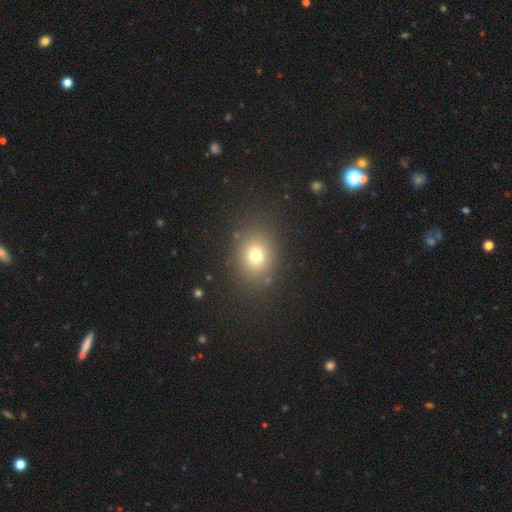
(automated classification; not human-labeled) A smooth galaxy with no disk features (73%) that is round (58%).

Vote fractions:
- Smooth or featured? smooth: 73% / star or artifact: 17% / featured or disk: 10%
- How rounded? round: 58% / in between: 41% / cigar-shaped: 1%
- Merging? none: 84% / minor disturbance: 9% / major disturbance: 5% / merger: 2%